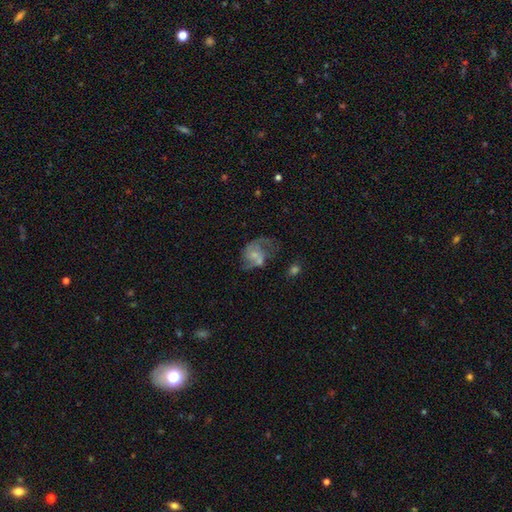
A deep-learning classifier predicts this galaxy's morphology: A featured or disk galaxy (67%) with no bar (67%), 2 (76%) medium (43%, tied with loose) spiral arms (80%) and a small central bulge (49%).

Vote fractions:
- Smooth or featured? featured or disk: 67% / smooth: 25% / star or artifact: 8%
- Edge-on disk? no: 98% / yes: 2%
- Bar? no: 67% / weak: 28% / strong: 5%
- Spiral arms? yes: 80% / no: 20%
- Spiral winding? medium: 43% (tied) / loose: 43% (tied) / tight: 14%
- Spiral arm count? 2: 76% / can't tell: 10% / 1: 9% / 3: 2% / 4: 1% / more than 4: 1%
- Bulge size? small: 49% / moderate: 30% / none: 16% / large: 4% / dominant: 2%
- Merging? none: 33% / major disturbance: 28% / minor disturbance: 20% / merger: 18%